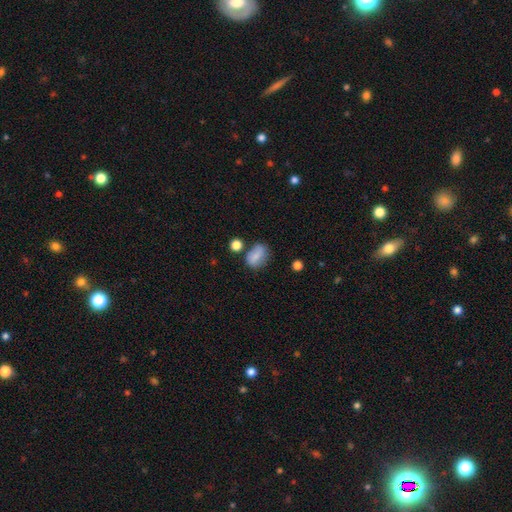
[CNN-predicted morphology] Smooth or featured: smooth — 78% (featured or disk — 12%)
How rounded: in between — 76% (round — 22%)
Merging: none — 60% (minor disturbance — 24%)